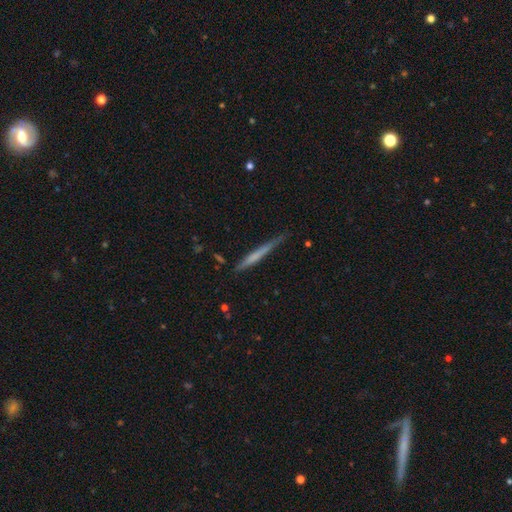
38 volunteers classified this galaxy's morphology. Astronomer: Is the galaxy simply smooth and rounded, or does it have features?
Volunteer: smooth — 50% (runner-up: featured or disk, 45%).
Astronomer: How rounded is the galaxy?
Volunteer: cigar-shaped — 100%.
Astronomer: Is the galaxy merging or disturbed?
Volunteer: none — 69%.